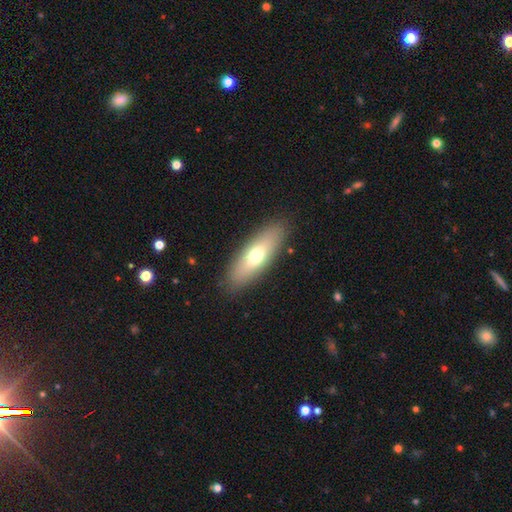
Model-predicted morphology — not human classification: type=smooth (66%); roundness=in between (59%); merging=none (88%).